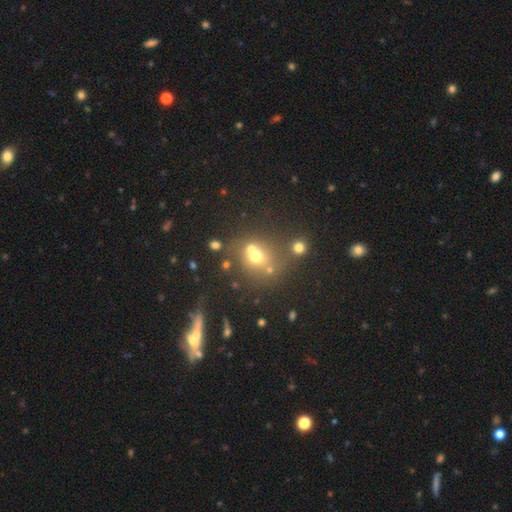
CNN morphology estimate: Smooth or featured? smooth (61%)
How rounded? round (76%)
Merging? none (49%)